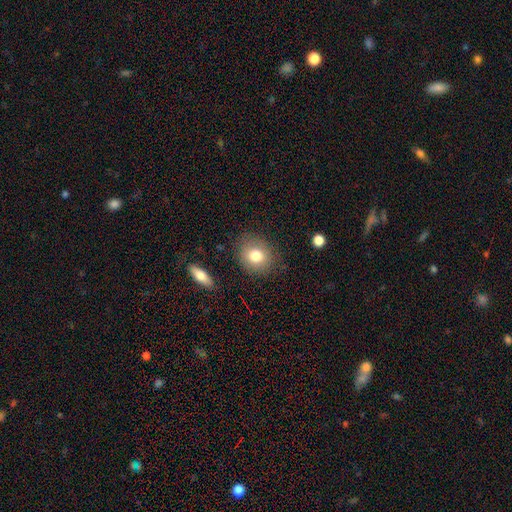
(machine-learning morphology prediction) smooth-or-featured: smooth: 79% | featured or disk: 11% | star or artifact: 9%
  how-rounded: round: 67% | in between: 32% | cigar-shaped: 1%
  merging: none: 82% | minor disturbance: 12% | major disturbance: 4% | merger: 2%